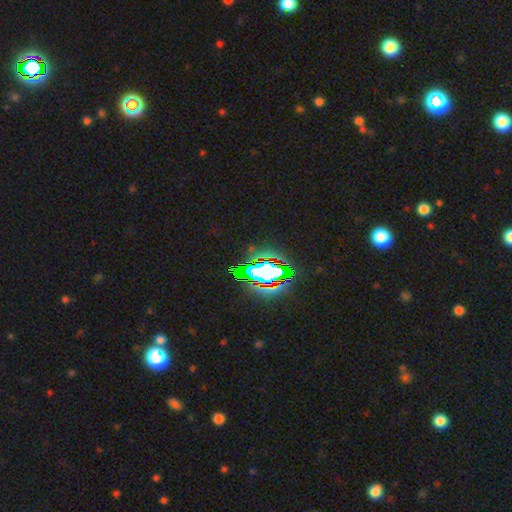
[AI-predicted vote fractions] Smooth or featured?
  - star or artifact: 78% *
  - smooth: 12%
  - featured or disk: 10%